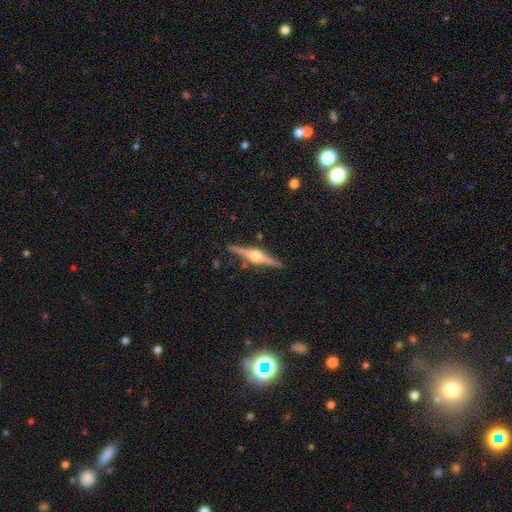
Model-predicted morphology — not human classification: This is clearly a featured or disk galaxy (85%). It is clearly viewed edge-on (98%). Edge-on bulge: clearly rounded (93%). Merging: clearly none (89%).